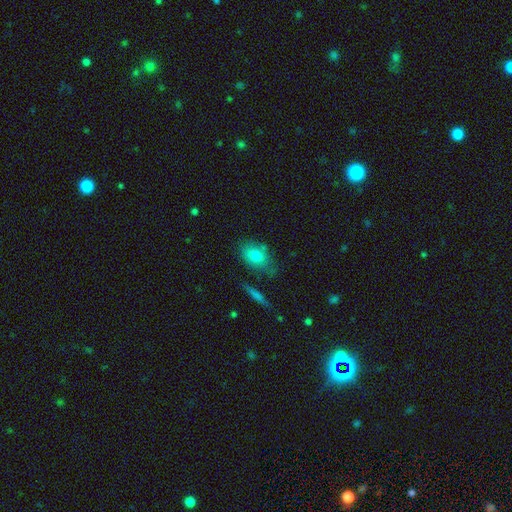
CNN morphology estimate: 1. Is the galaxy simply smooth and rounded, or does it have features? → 78% smooth, 14% featured or disk, 8% star or artifact.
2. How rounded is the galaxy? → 83% in between, 14% round, 3% cigar-shaped.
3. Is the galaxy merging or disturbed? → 67% none, 20% minor disturbance, 7% merger, 5% major disturbance.